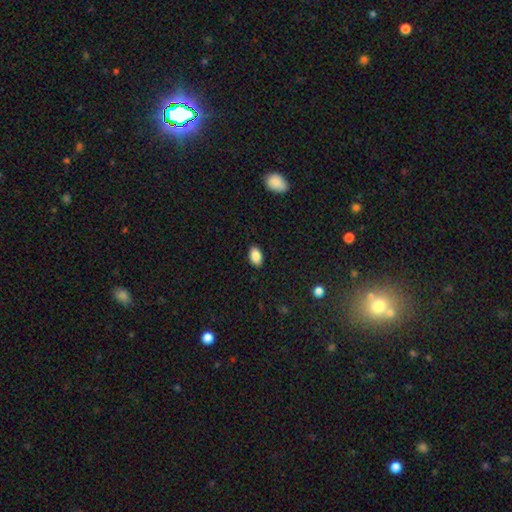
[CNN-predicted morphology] smooth 88%, star or artifact 8%, featured or disk 4%. Down the decision tree: how rounded — in between (91%); merging — none (88%).